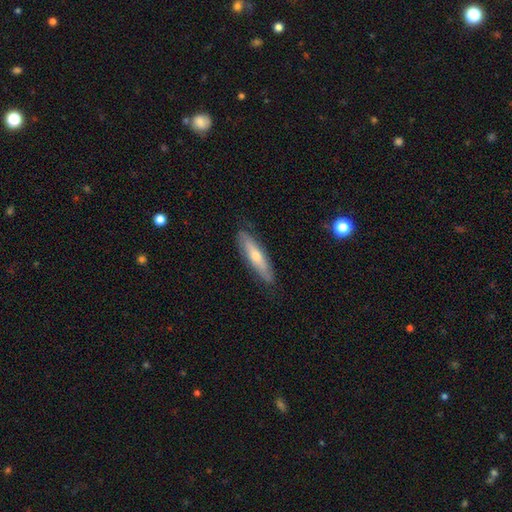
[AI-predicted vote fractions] featured or disk 46%, smooth 45%, star or artifact 9%. Down the decision tree: merging — none (85%).